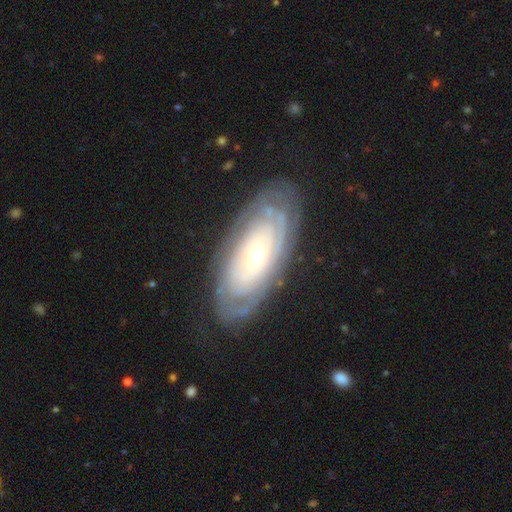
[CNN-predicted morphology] Smooth or featured: featured or disk — 80% (smooth — 14%)
Edge-on disk: no — 89% (yes — 11%)
Bar: no — 80% (weak — 15%)
Spiral arms: yes — 80% (no — 20%)
Spiral winding: tight — 82% (medium — 13%)
Spiral arm count: can't tell — 57% (2 — 15%)
Bulge size: moderate — 66% (small — 25%)
Merging: none — 80% (minor disturbance — 14%)